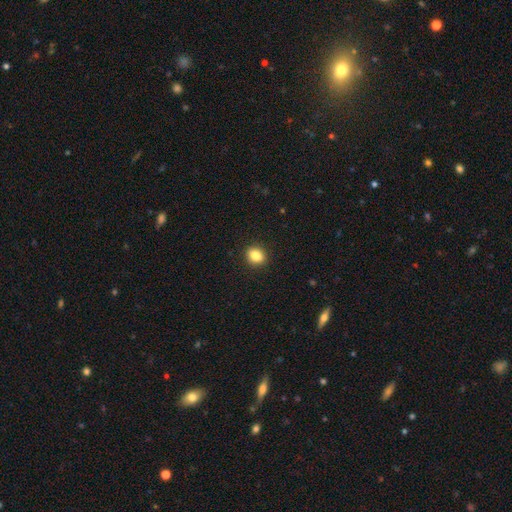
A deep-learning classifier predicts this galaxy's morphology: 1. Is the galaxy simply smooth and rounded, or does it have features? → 86% smooth, 9% star or artifact, 5% featured or disk.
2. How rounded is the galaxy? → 50% round, 49% in between, 1% cigar-shaped.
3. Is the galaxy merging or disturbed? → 91% none, 6% minor disturbance, 2% major disturbance, 1% merger.